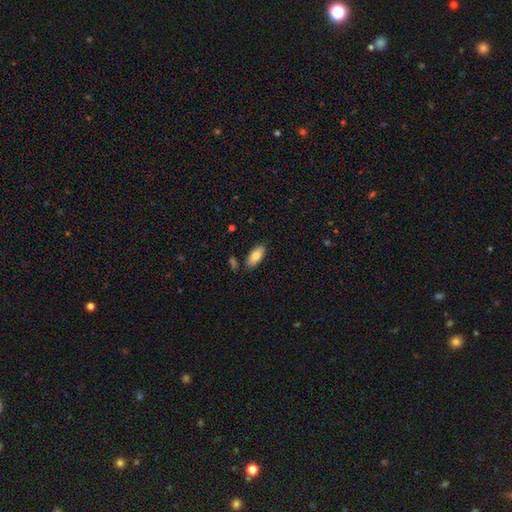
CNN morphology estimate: smooth 80%, featured or disk 14%, star or artifact 7%. Down the decision tree: how rounded — in between (89%); merging — none (84%).